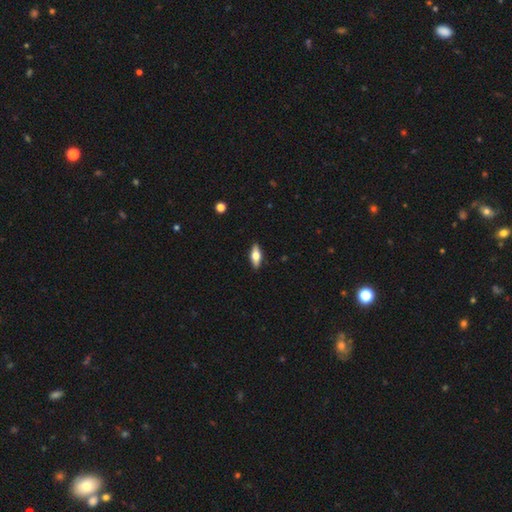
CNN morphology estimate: A smooth galaxy with no disk features (54%) that is in between round and cigar-shaped (68%).

Vote fractions:
- Smooth or featured? smooth: 54% / featured or disk: 40% / star or artifact: 6%
- How rounded? in between: 68% / cigar-shaped: 29% / round: 3%
- Merging? none: 89% / minor disturbance: 8% / major disturbance: 2% / merger: 1%